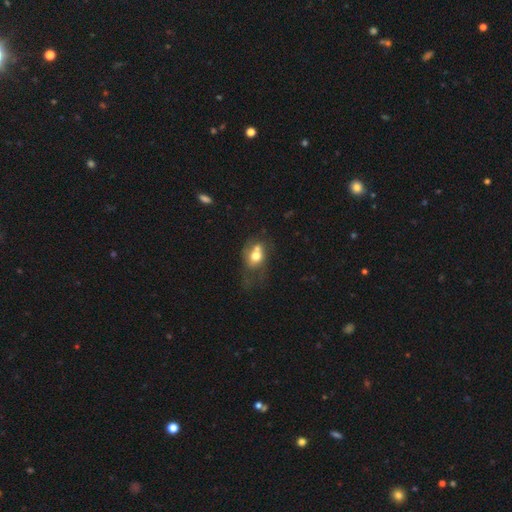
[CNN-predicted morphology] Q: Smooth or featured?
A: smooth (62%); runner-up: featured or disk (27%)
Q: How rounded?
A: in between (57%); runner-up: round (41%)
Q: Merging?
A: merger (43%); runner-up: none (22%)